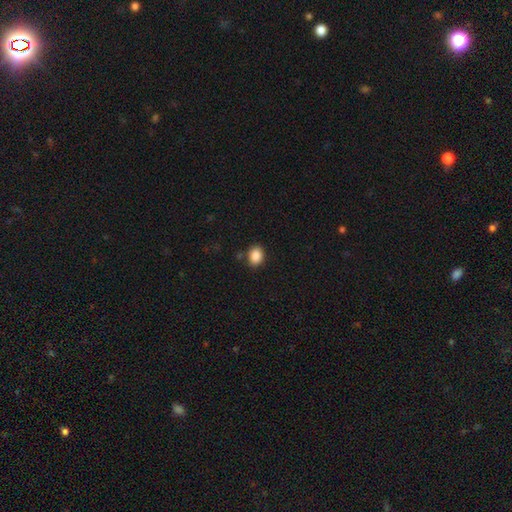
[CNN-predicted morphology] This appears to be a smooth galaxy with no disk features (88%) that is in between round and cigar-shaped (63%). Merging: none (83%).